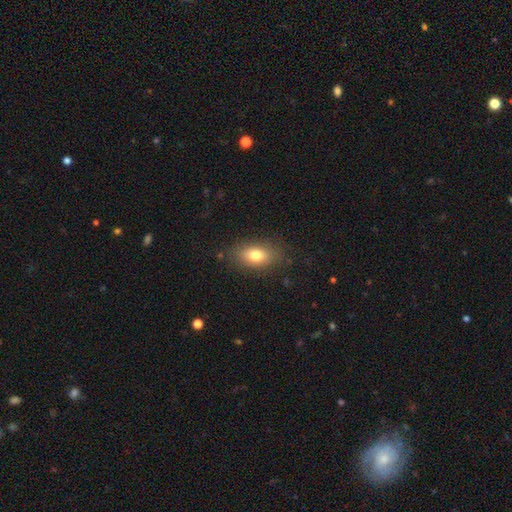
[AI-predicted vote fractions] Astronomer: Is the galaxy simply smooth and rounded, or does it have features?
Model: smooth — 77%.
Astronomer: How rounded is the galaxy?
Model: in between — 84%.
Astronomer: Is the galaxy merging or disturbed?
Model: none — 82%.